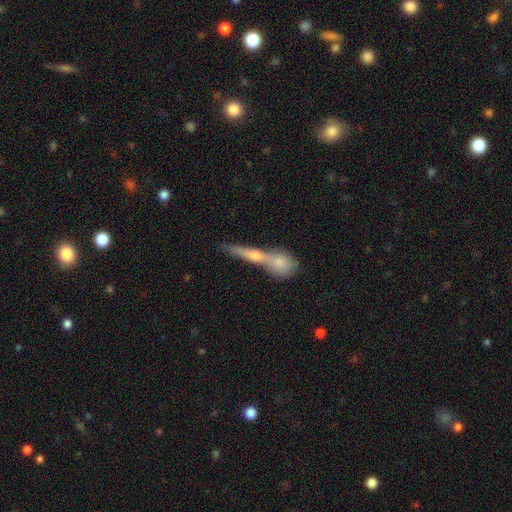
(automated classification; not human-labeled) Smooth or featured?
  - smooth: 50% *
  - featured or disk: 41%
  - star or artifact: 8%
How rounded?
  - cigar-shaped: 73% *
  - in between: 14%
  - round: 12%
Merging?
  - merger: 48% *
  - none: 41%
  - minor disturbance: 8%
  - major disturbance: 3%